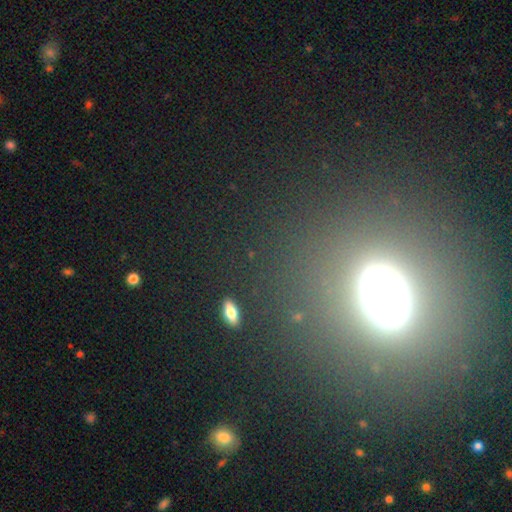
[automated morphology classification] Smooth or featured?
  - star or artifact: 49% *
  - smooth: 35%
  - featured or disk: 16%